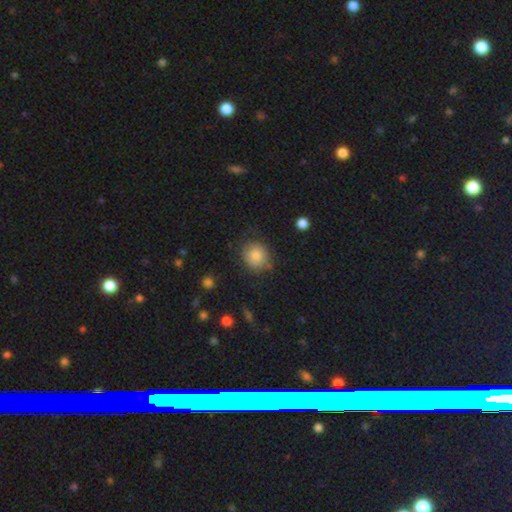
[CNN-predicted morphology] A smooth galaxy with no disk features (82%) that is round (86%). Merging: none (78%).